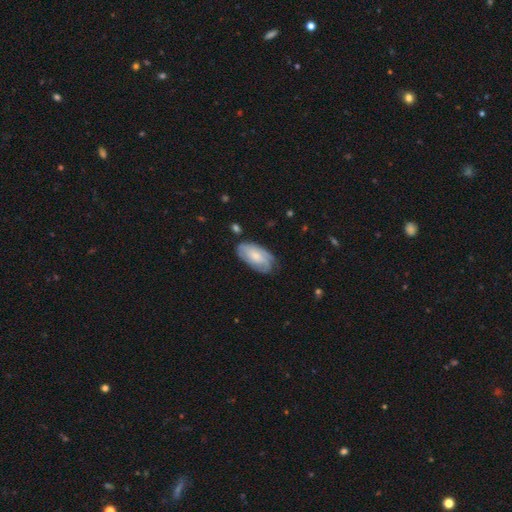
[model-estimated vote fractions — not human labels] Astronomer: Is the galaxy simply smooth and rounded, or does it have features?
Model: featured or disk — 52% (runner-up: smooth, 42%).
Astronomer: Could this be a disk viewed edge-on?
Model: no — 93%.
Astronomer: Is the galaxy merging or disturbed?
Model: none — 69%.